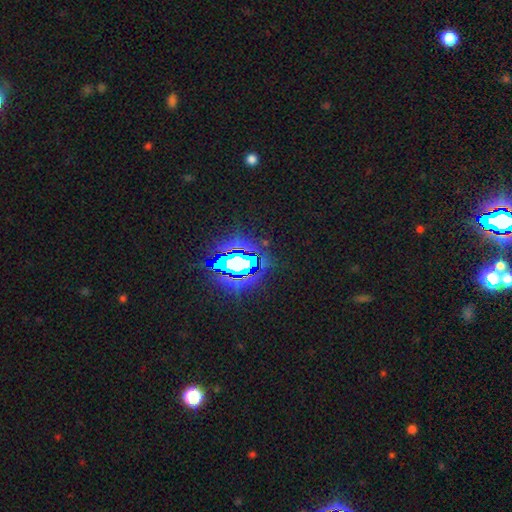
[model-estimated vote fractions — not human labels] A star or artifact, not a galaxy (81%).